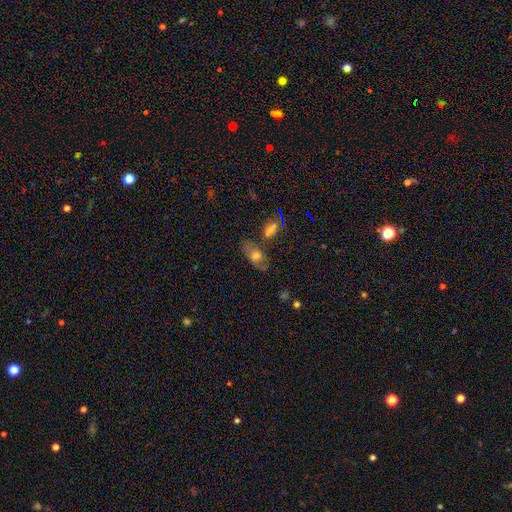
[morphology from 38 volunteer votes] smooth-or-featured: smooth: 55% | featured or disk: 32% | star or artifact: 13%
  how-rounded: in between: 86% | cigar-shaped: 14% | round: 0%
  merging: none: 64% | minor disturbance: 18% | merger: 15% | major disturbance: 3%